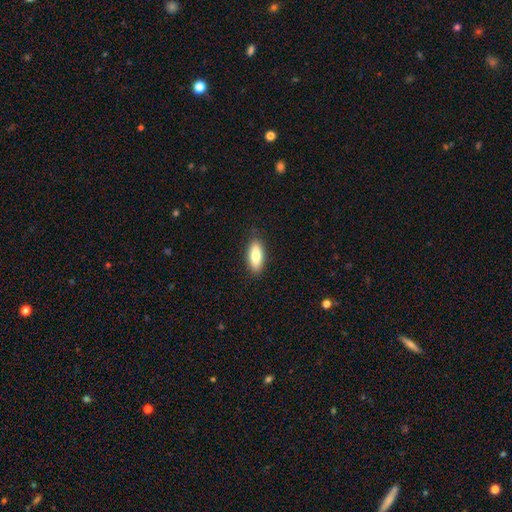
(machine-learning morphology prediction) smooth_or_featured: smooth (p=0.80) [alt: featured or disk p=0.14]
how_rounded: in between (p=0.74) [alt: cigar-shaped p=0.24]
merging: none (p=0.87) [alt: minor disturbance p=0.10]